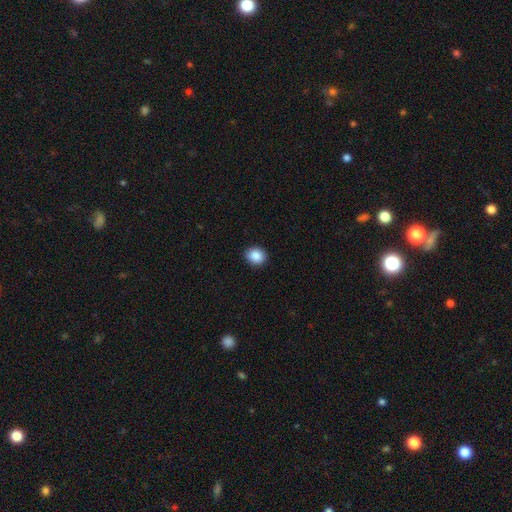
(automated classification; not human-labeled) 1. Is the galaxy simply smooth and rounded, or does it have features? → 87% smooth, 9% star or artifact, 4% featured or disk.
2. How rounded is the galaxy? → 71% round, 28% in between, 1% cigar-shaped.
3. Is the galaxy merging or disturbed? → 90% none, 7% minor disturbance, 2% major disturbance, 1% merger.